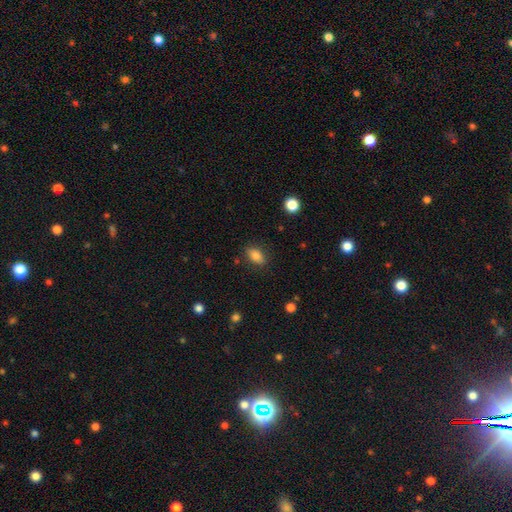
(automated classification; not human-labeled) smooth_or_featured: smooth (p=0.83) [alt: star or artifact p=0.09]
how_rounded: in between (p=0.87) [alt: round p=0.10]
merging: none (p=0.84) [alt: minor disturbance p=0.11]